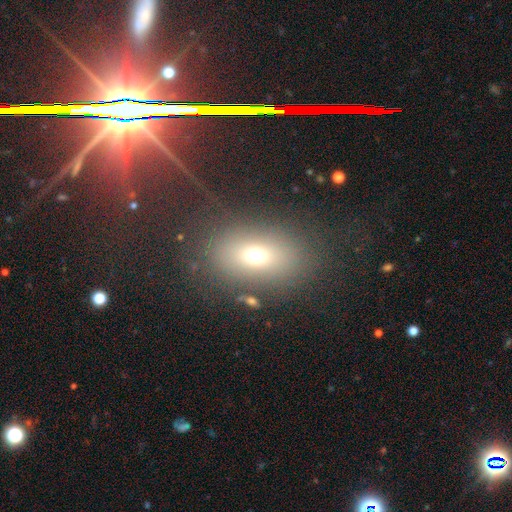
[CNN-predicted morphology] This appears to be a smooth galaxy with no disk features (65%) that is in between round and cigar-shaped (72%). Merging: none (77%).